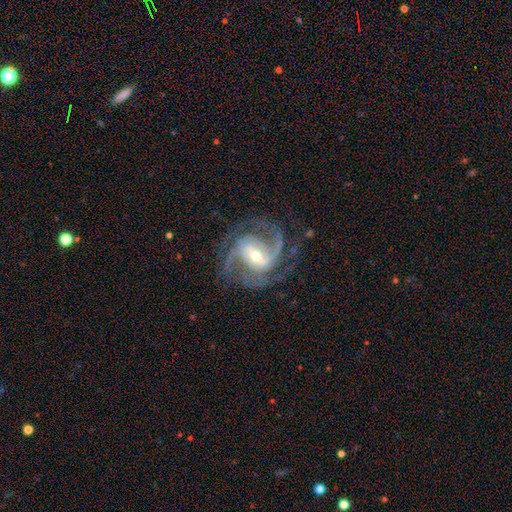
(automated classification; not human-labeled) Morphology: type=featured or disk (92%); edge-on=no (98%); bar=weak (43%); spiral arms=yes (98%); winding=medium (55%); arm count=2 (39%); bulge=moderate (49%); merging=none (73%).